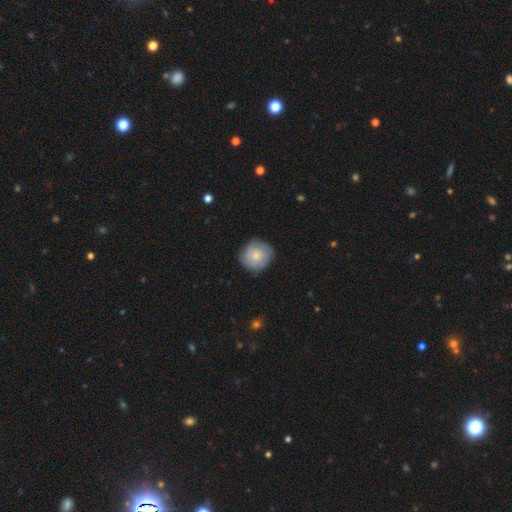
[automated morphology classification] smooth-or-featured: smooth: 62% | featured or disk: 32% | star or artifact: 7%
  how-rounded: round: 90% | in between: 9% | cigar-shaped: 1%
  merging: none: 78% | minor disturbance: 17% | major disturbance: 4% | merger: 1%